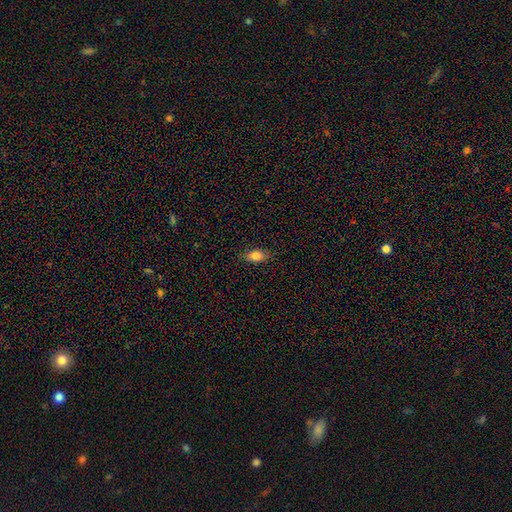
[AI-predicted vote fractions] A smooth galaxy with no disk features (83%) that is in between round and cigar-shaped (84%).

Vote fractions:
- Smooth or featured? smooth: 83% / star or artifact: 9% / featured or disk: 8%
- How rounded? in between: 84% / round: 11% / cigar-shaped: 5%
- Merging? none: 85% / minor disturbance: 11% / major disturbance: 2% / merger: 1%